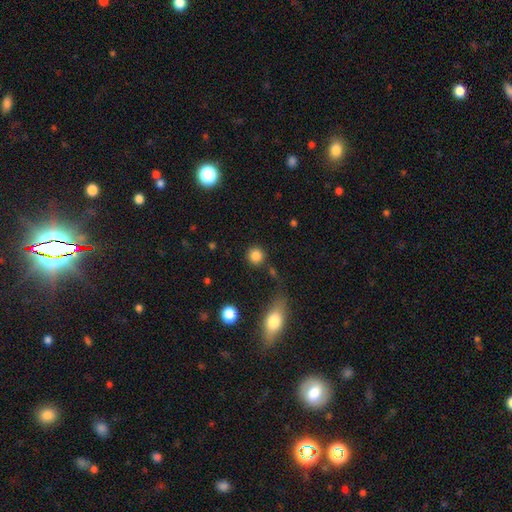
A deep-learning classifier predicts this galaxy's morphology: Smooth or featured: smooth — 85% (star or artifact — 10%)
How rounded: round — 92% (in between — 7%)
Merging: none — 83% (minor disturbance — 9%)